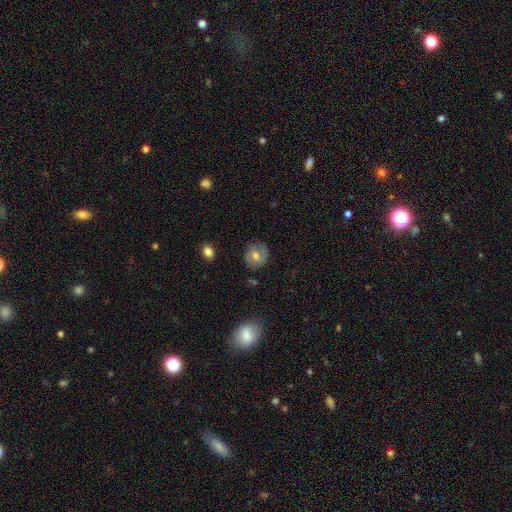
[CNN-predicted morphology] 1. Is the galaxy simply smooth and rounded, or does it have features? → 58% smooth, 32% featured or disk, 10% star or artifact.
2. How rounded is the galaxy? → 81% round, 18% in between, 1% cigar-shaped.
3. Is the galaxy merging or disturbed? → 79% none, 15% minor disturbance, 4% major disturbance, 2% merger.